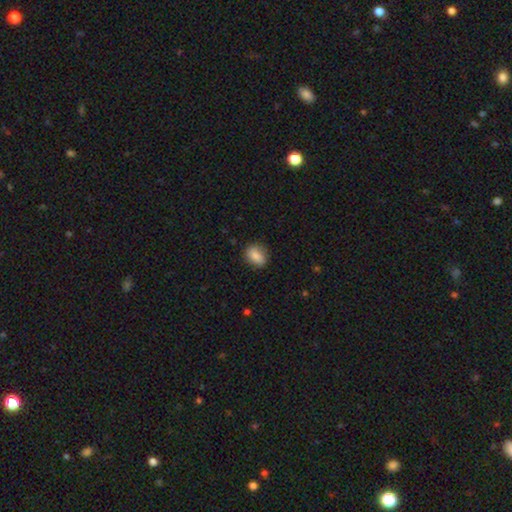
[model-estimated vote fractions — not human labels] Overall: smooth (80%). How rounded: in between (52%; round 46%). Merging: none (80%).